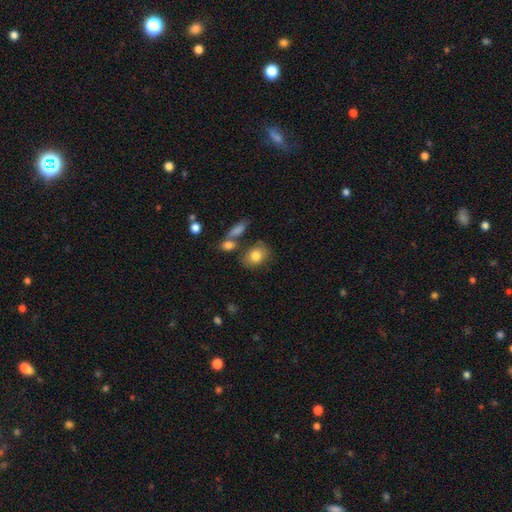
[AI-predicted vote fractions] smooth-or-featured: smooth: 81% | featured or disk: 11% | star or artifact: 8%
  how-rounded: in between: 61% | round: 37% | cigar-shaped: 2%
  merging: none: 68% | minor disturbance: 15% | merger: 13% | major disturbance: 5%